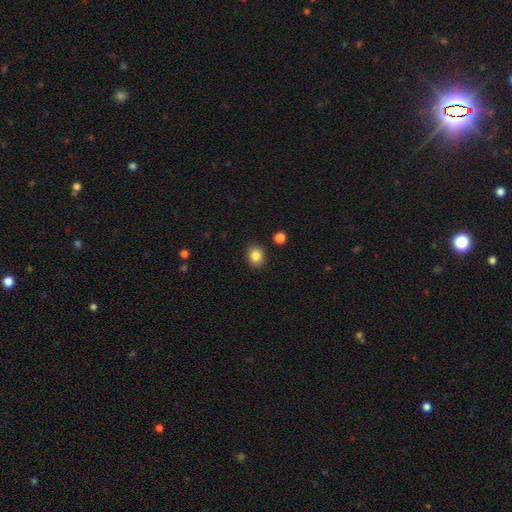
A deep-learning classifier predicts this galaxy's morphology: The model was most divided on "how rounded": round: 63%, in between: 36%, cigar-shaped: 1%. More confident: merging — none (89%); smooth or featured — smooth (85%).